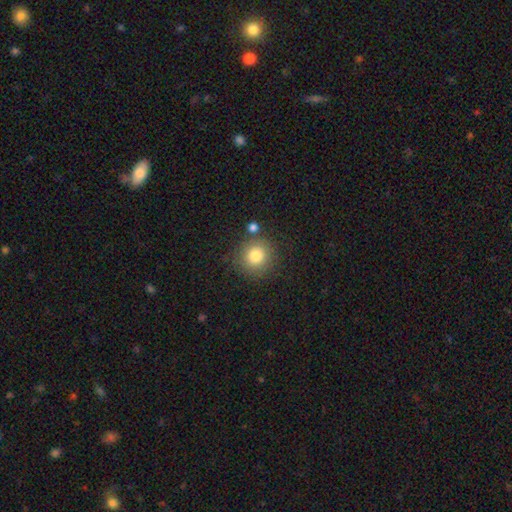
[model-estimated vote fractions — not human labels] Morphology: type=smooth (80%); roundness=round (91%); merging=none (81%).